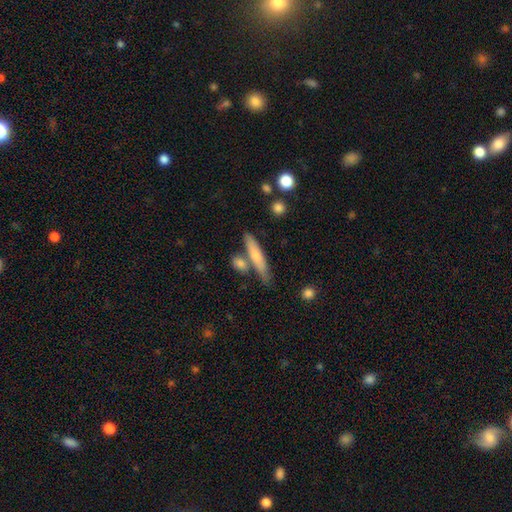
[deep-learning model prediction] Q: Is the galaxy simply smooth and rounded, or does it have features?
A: smooth — 65%.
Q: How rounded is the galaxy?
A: cigar-shaped — 84%.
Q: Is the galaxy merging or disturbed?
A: none — 65%.